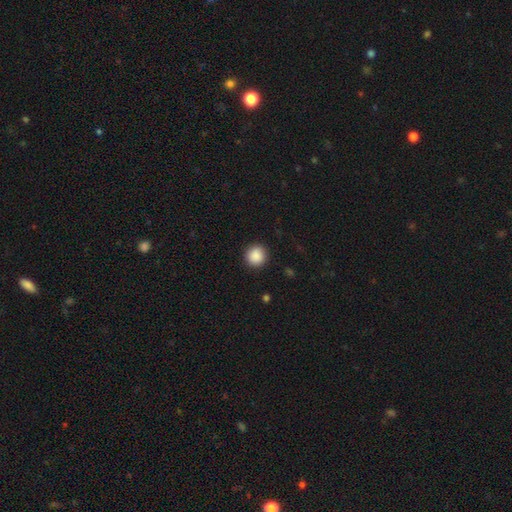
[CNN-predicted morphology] The model was most divided on "smooth or featured": smooth: 89%, star or artifact: 9%, featured or disk: 3%. More confident: how rounded — round (93%); merging — none (92%).